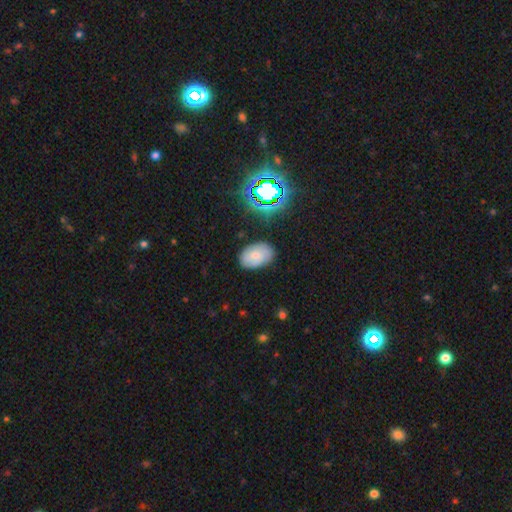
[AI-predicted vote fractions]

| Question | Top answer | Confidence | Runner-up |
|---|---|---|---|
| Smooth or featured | smooth | 66% | featured or disk (22%) |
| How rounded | in between | 88% | round (10%) |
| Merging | none | 77% | minor disturbance (17%) |